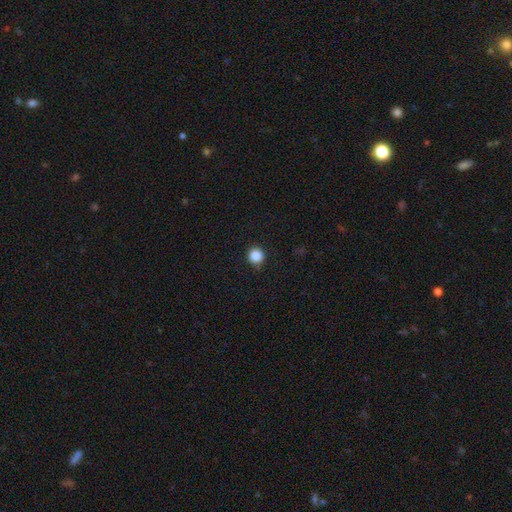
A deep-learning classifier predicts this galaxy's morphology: smooth_or_featured: smooth (p=0.86) [alt: star or artifact p=0.11]
how_rounded: round (p=0.94) [alt: in between p=0.05]
merging: none (p=0.90) [alt: minor disturbance p=0.07]